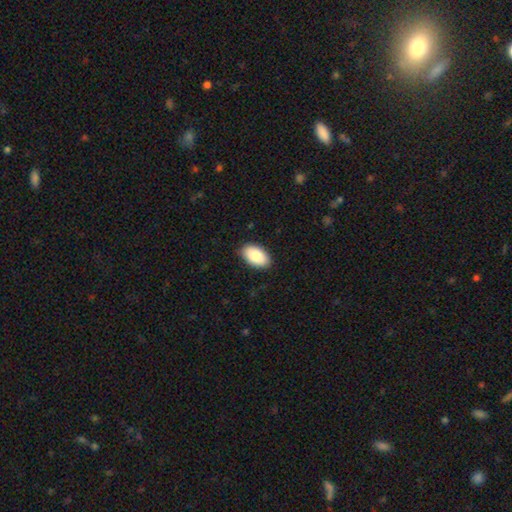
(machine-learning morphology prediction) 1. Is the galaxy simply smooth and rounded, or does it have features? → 88% smooth, 6% featured or disk, 6% star or artifact.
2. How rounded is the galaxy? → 95% in between, 4% round, 1% cigar-shaped.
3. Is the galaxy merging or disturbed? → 87% none, 11% minor disturbance, 2% major disturbance, 1% merger.